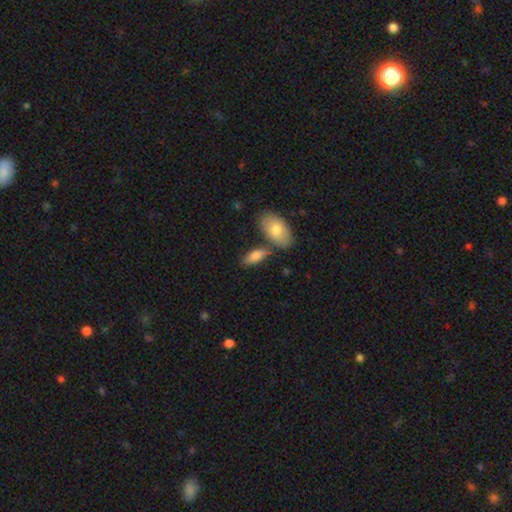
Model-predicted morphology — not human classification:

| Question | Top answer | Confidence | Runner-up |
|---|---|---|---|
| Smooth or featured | smooth | 80% | featured or disk (14%) |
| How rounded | in between | 85% | cigar-shaped (12%) |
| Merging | none | 63% | merger (18%) |